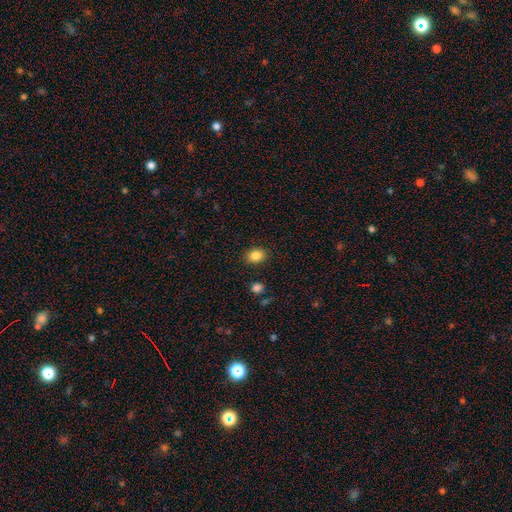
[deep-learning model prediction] A smooth galaxy with no disk features (86%) that is in between round and cigar-shaped (60%). Merging: none (87%).